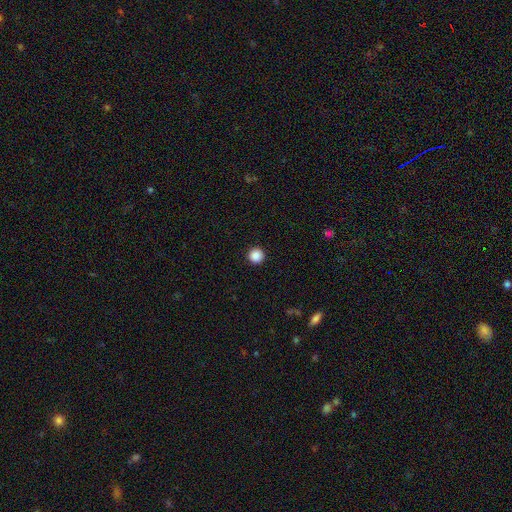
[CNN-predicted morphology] Smooth or featured?
  - smooth: 88% *
  - star or artifact: 10%
  - featured or disk: 2%
How rounded?
  - round: 97% *
  - in between: 2%
  - cigar-shaped: 1%
Merging?
  - none: 94% *
  - minor disturbance: 4%
  - major disturbance: 1%
  - merger: 1%